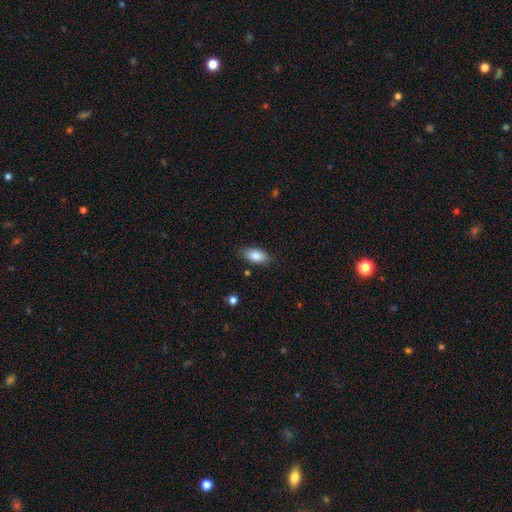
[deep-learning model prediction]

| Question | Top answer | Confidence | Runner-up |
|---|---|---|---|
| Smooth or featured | smooth | 84% | featured or disk (9%) |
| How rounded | in between | 90% | cigar-shaped (6%) |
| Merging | none | 82% | minor disturbance (14%) |